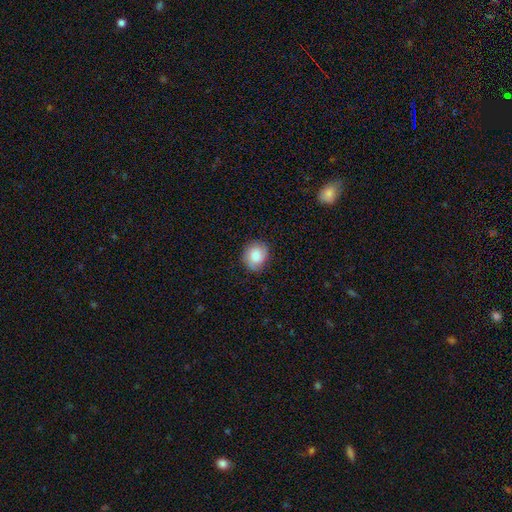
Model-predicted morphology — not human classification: Smooth or featured? Predicted: smooth (p=0.75). How rounded? Predicted: round (p=0.66). Merging? Predicted: none (p=0.77).